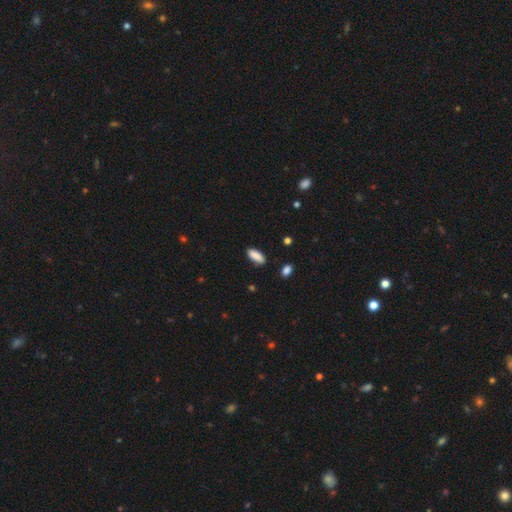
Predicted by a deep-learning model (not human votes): Smooth or featured: smooth — 89% (star or artifact — 6%)
How rounded: in between — 75% (cigar-shaped — 24%)
Merging: none — 85% (minor disturbance — 11%)